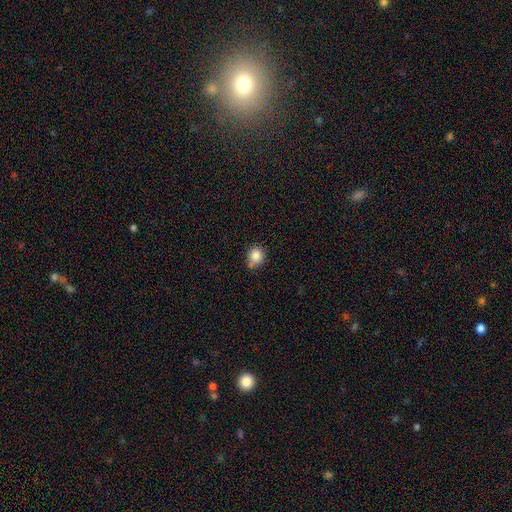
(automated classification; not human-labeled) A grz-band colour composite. It shows a smooth galaxy with no disk features (84%) that is round (78%). Merging: none (66%).